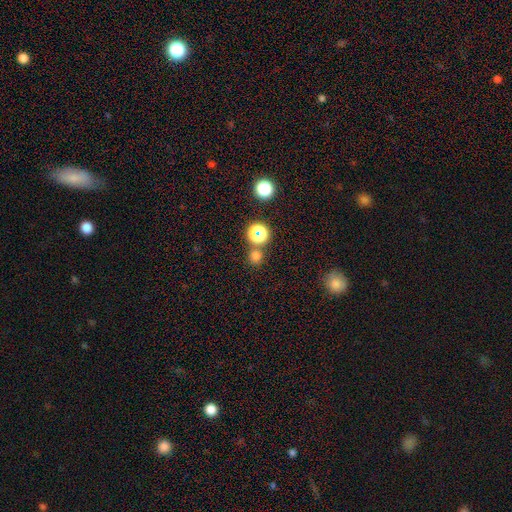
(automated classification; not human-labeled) Overall: smooth (68%). How rounded: round (90%). Merging: none (76%).